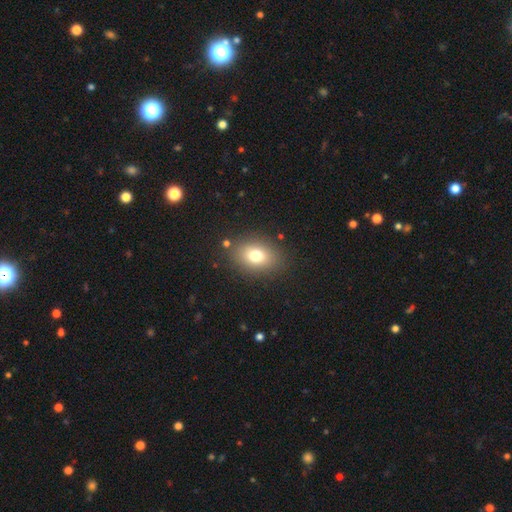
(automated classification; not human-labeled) smooth 75%, featured or disk 13%, star or artifact 12%. Down the decision tree: how rounded — in between (70%); merging — none (84%).